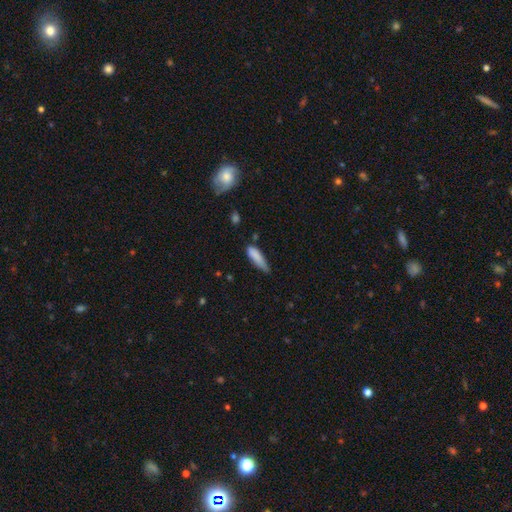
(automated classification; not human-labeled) This appears to be a smooth galaxy with no disk features (84%) that is cigar-shaped (60%). Merging: minor disturbance (43%).